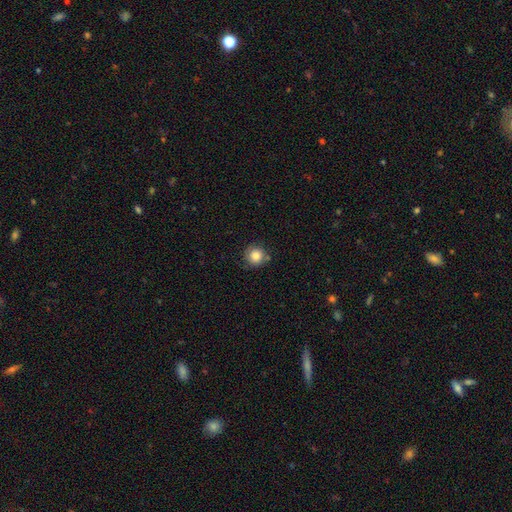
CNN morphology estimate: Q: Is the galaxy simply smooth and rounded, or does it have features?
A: smooth — 83%.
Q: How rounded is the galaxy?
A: round — 92%.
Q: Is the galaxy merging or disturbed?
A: none — 76%.